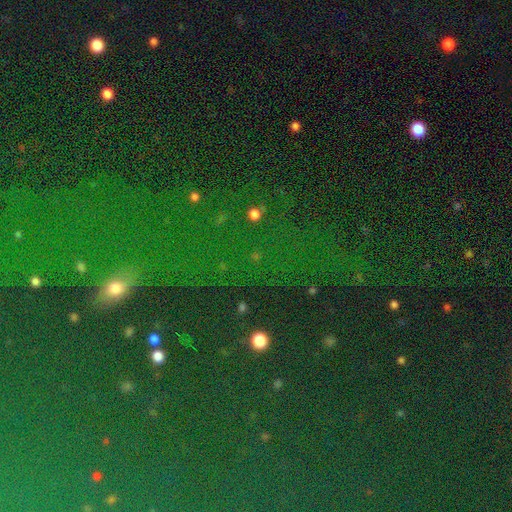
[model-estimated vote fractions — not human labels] Morphology: type=star or artifact (78%).